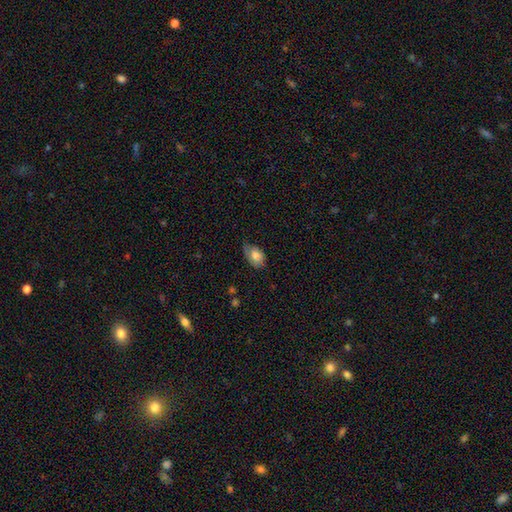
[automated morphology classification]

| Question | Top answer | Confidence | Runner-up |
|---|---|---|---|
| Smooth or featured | smooth | 74% | featured or disk (18%) |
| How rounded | in between | 85% | round (13%) |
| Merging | none | 47% | minor disturbance (39%) |